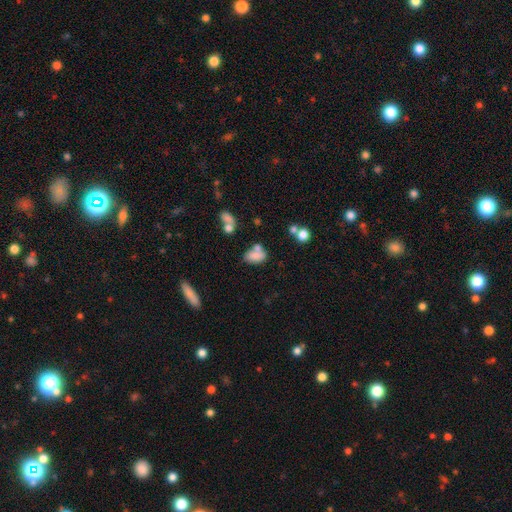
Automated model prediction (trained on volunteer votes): The model was most divided on "merging": none: 43%, merger: 29%, minor disturbance: 19%, major disturbance: 8%. More confident: how rounded — in between (86%); smooth or featured — smooth (75%).